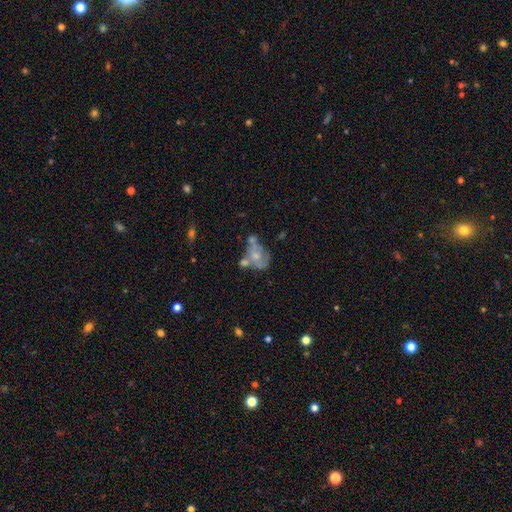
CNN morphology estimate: type=featured or disk (51%); edge-on=no (97%); merging=merger (36%).